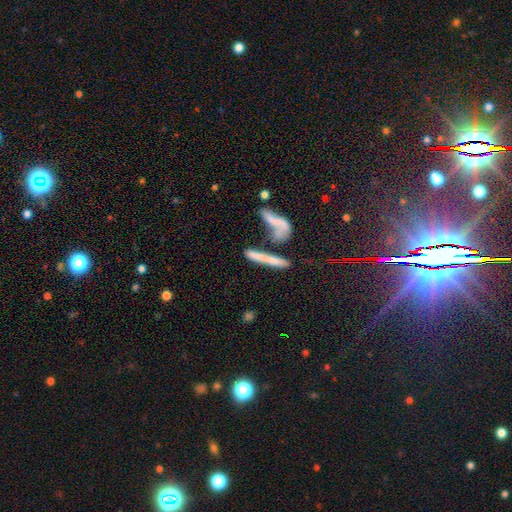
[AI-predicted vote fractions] A smooth galaxy with no disk features (58%) that is cigar-shaped (88%). Merging: none (41%).